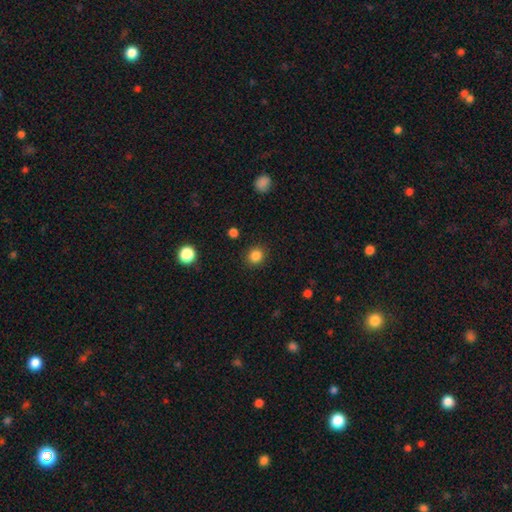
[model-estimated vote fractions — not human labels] A smooth galaxy with no disk features (85%) that is round (86%). Merging: none (90%).